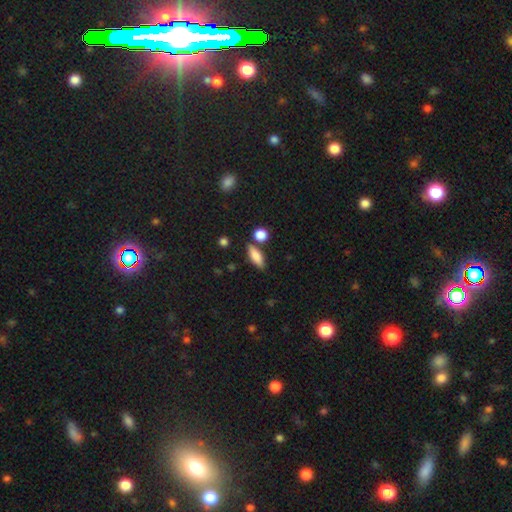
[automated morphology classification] smooth 75%, featured or disk 17%, star or artifact 8%. Down the decision tree: how rounded — in between (61%); merging — none (75%).